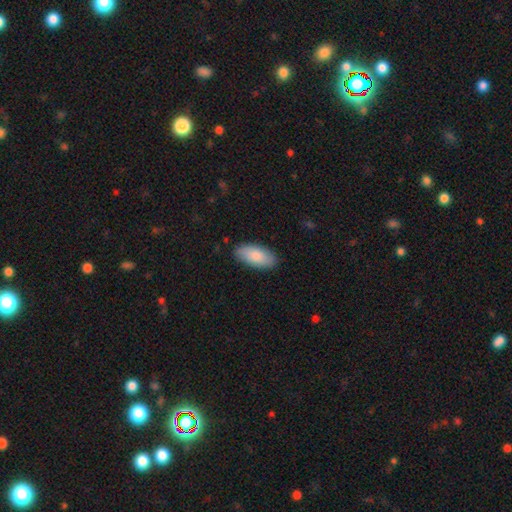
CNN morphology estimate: Smooth or featured? Predicted: smooth (p=0.84). How rounded? Predicted: in between (p=0.90). Merging? Predicted: none (p=0.87).